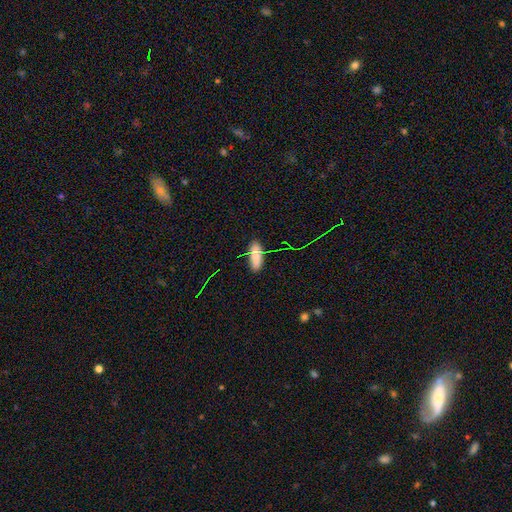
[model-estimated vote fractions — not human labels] This appears to be a smooth galaxy with no disk features (83%) that is in between round and cigar-shaped (71%). Merging: none (81%).